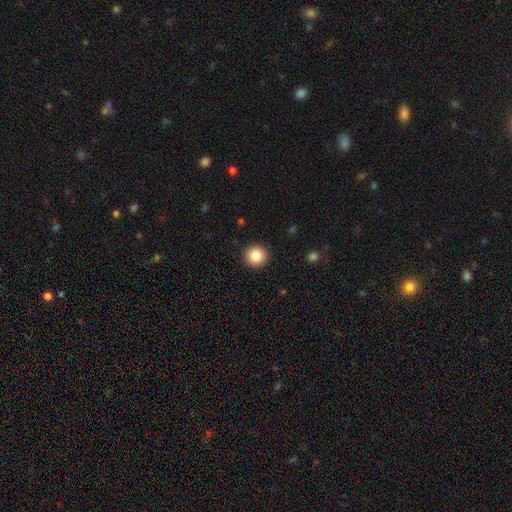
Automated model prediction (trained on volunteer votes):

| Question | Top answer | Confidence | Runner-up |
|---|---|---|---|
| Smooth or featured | smooth | 86% | star or artifact (9%) |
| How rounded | round | 93% | in between (6%) |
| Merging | none | 92% | minor disturbance (5%) |